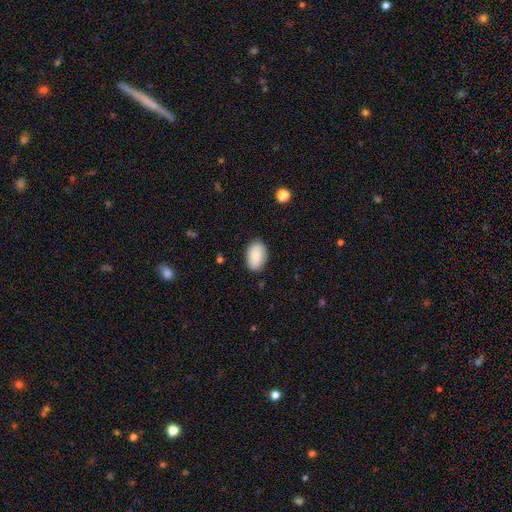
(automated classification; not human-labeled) Smooth or featured? smooth (80%)
How rounded? in between (91%)
Merging? none (85%)